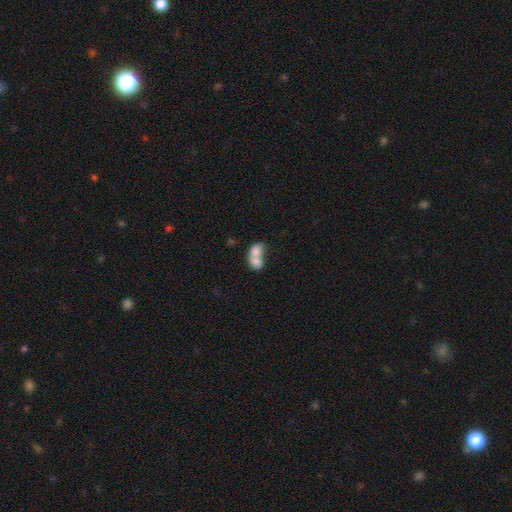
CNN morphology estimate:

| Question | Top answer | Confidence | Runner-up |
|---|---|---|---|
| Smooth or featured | smooth | 74% | featured or disk (18%) |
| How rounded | in between | 65% | round (34%) |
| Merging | merger | 78% | none (14%) |